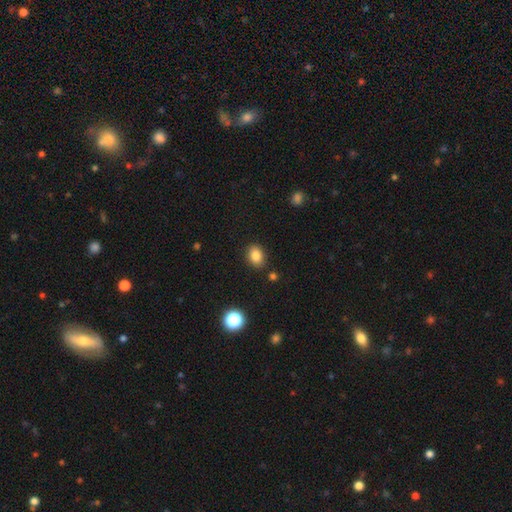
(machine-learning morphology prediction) A smooth galaxy with no disk features (83%) that is in between round and cigar-shaped (63%). Merging: none (86%).